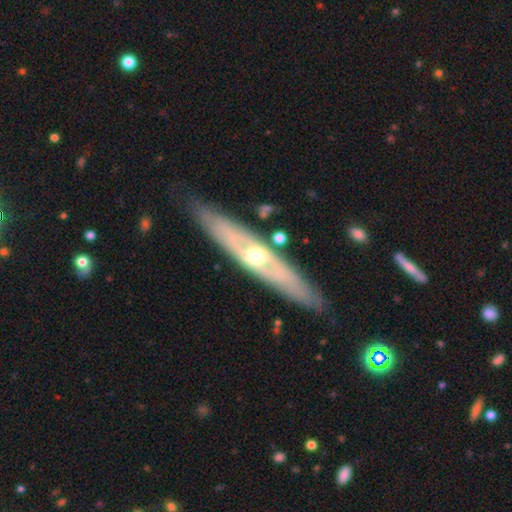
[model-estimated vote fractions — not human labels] Q: Smooth or featured?
A: featured or disk (75%); runner-up: smooth (20%)
Q: Edge-on disk?
A: yes (63%); runner-up: no (37%)
Q: Merging?
A: none (82%); runner-up: minor disturbance (13%)